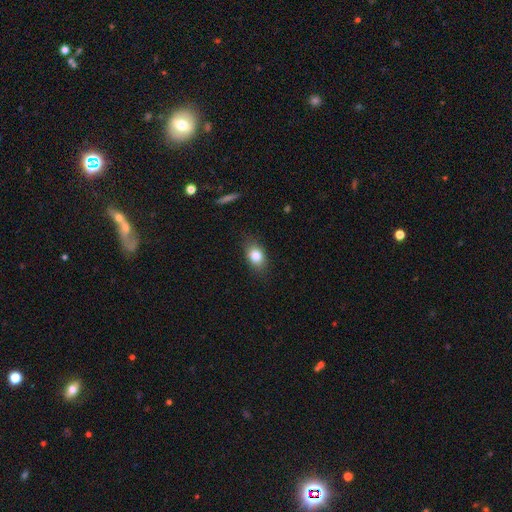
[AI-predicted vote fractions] This is clearly a smooth galaxy (80%). How rounded: likely in between (72%). Merging: clearly none (82%).